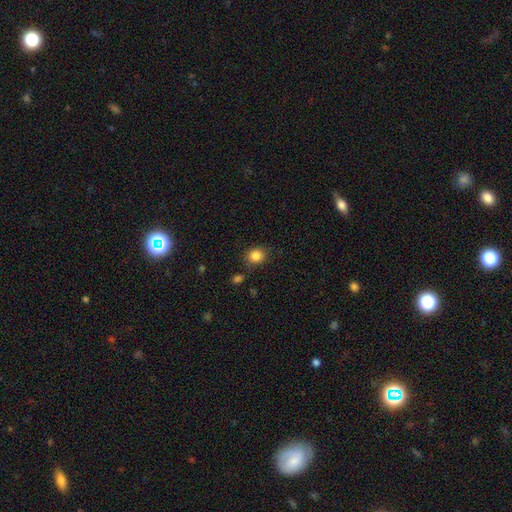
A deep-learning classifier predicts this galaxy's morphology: This appears to be a smooth galaxy with no disk features (85%) that is round (75%). Merging: none (80%).